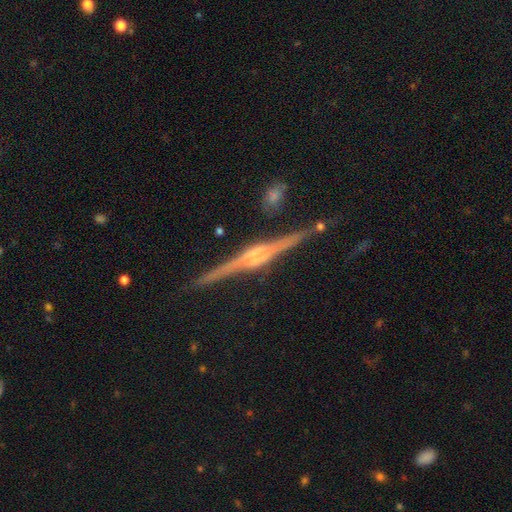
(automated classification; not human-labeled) Overall: featured or disk (88%). Edge-on disk: yes (98%). Edge-on bulge: rounded (64%; boxy 30%). Merging: none (87%).